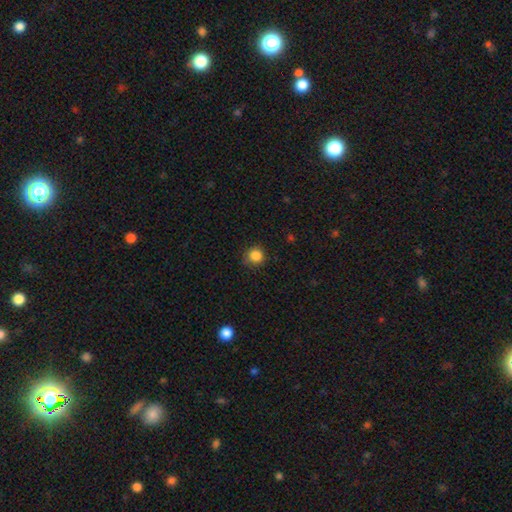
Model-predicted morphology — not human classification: smooth_or_featured: smooth (p=0.85) [alt: star or artifact p=0.11]
how_rounded: round (p=0.91) [alt: in between p=0.08]
merging: none (p=0.81) [alt: minor disturbance p=0.15]